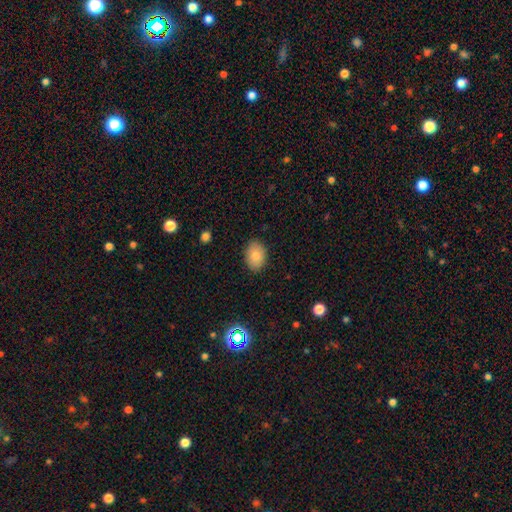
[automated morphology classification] Smooth or featured: smooth — 80% (featured or disk — 11%)
How rounded: in between — 79% (round — 20%)
Merging: none — 87% (minor disturbance — 9%)